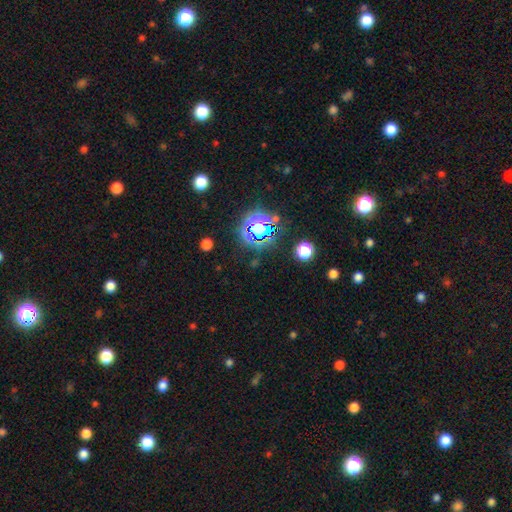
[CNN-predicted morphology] Q: Smooth or featured?
A: star or artifact (77%); runner-up: smooth (15%)